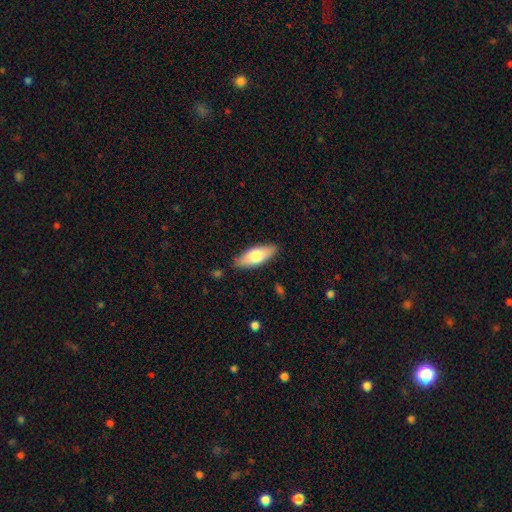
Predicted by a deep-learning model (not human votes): smooth 70%, featured or disk 24%, star or artifact 6%. Down the decision tree: how rounded — in between (72%); merging — none (86%).